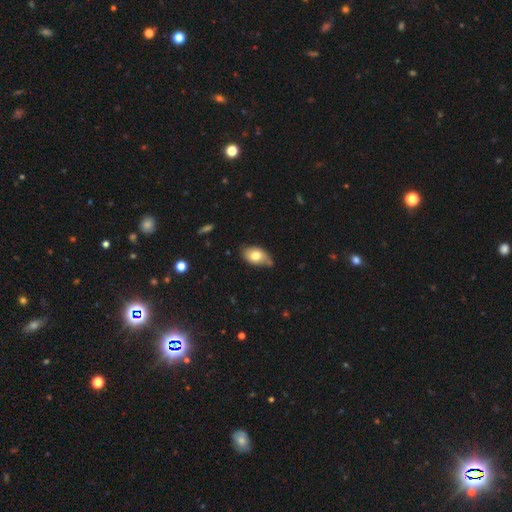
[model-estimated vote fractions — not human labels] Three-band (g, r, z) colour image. It shows a smooth galaxy with no disk features (72%) that is in between round and cigar-shaped (90%). Merging: none (59%).